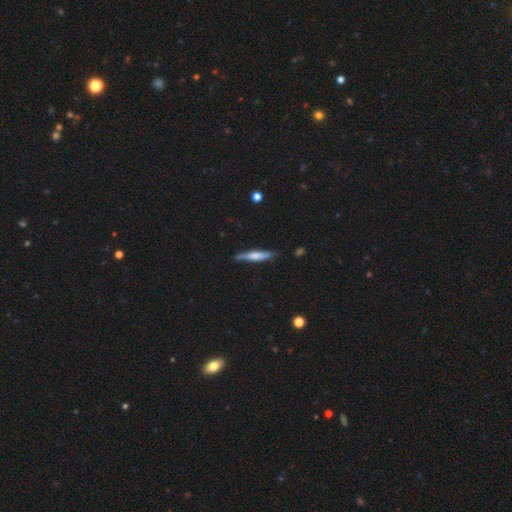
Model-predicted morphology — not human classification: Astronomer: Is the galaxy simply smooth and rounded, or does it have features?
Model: smooth — 53% (runner-up: featured or disk, 41%).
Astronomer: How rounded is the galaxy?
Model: cigar-shaped — 89%.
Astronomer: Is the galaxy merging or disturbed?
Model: none — 76%.